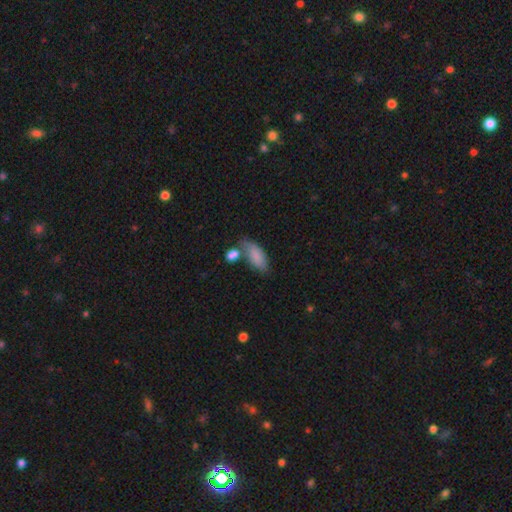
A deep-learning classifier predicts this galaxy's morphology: Smooth or featured? smooth (81%)
How rounded? in between (85%)
Merging? none (50%)